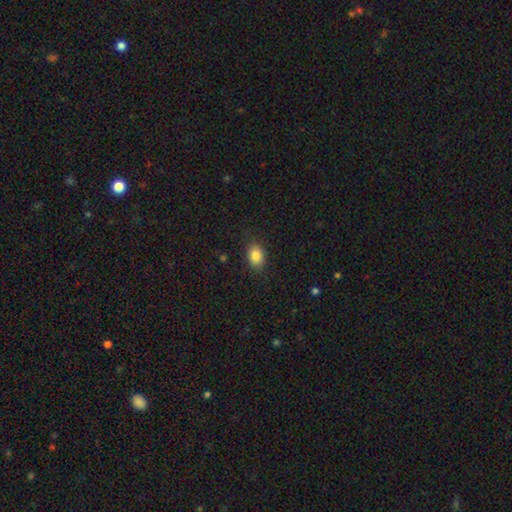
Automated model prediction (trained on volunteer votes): The model was most divided on "how rounded": in between: 77%, round: 22%, cigar-shaped: 1%. More confident: merging — none (86%); smooth or featured — smooth (85%).